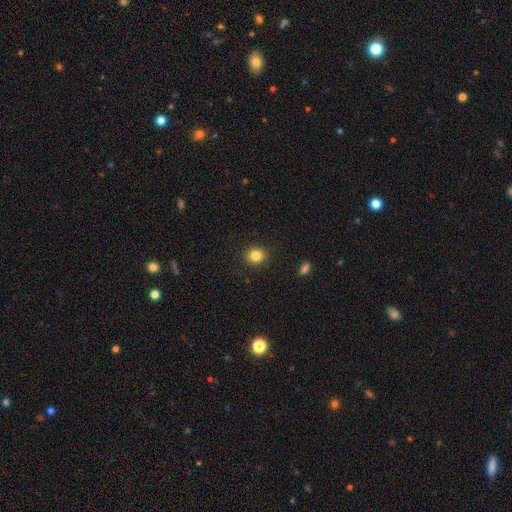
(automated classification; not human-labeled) Morphology: type=smooth (84%); roundness=round (75%); merging=none (90%).